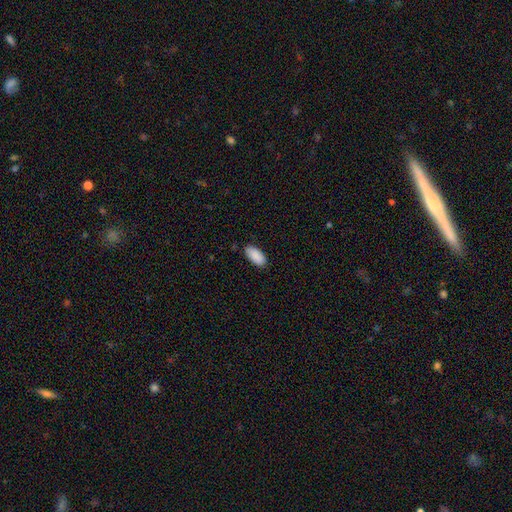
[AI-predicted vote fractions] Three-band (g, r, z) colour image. It shows a smooth galaxy with no disk features (91%) that is in between round and cigar-shaped (93%). Merging: none (87%).